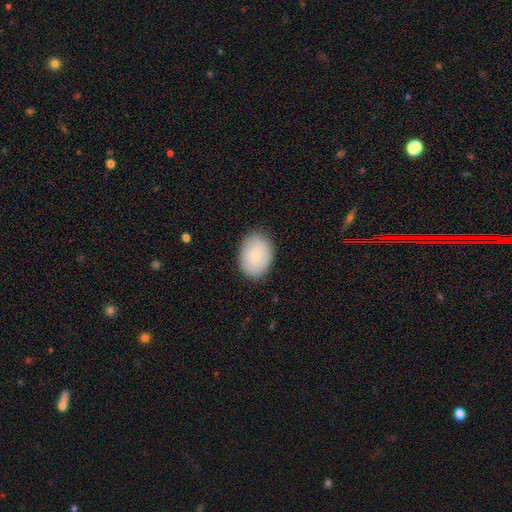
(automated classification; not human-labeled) Morphology: type=smooth (83%); roundness=in between (74%); merging=none (86%).